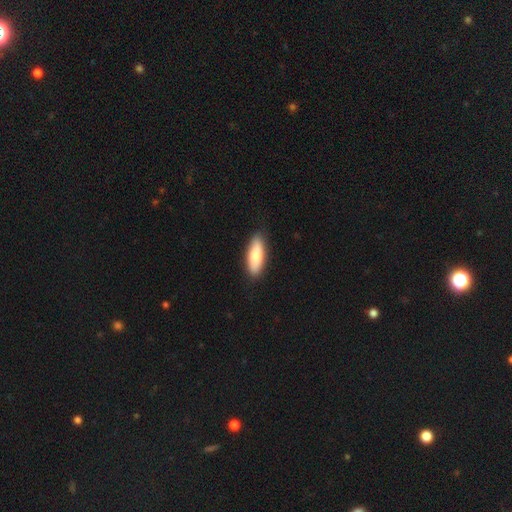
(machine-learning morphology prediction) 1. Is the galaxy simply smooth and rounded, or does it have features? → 82% smooth, 13% featured or disk, 5% star or artifact.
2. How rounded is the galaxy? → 66% in between, 32% cigar-shaped, 2% round.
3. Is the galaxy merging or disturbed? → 87% none, 10% minor disturbance, 2% major disturbance, 1% merger.